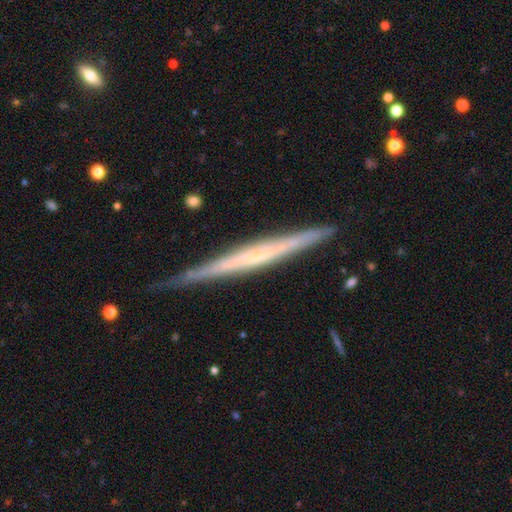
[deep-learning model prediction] Q: Smooth or featured?
A: featured or disk (71%); runner-up: smooth (24%)
Q: Edge-on disk?
A: yes (97%); runner-up: no (3%)
Q: Edge-on bulge?
A: none (69%); runner-up: rounded (24%)
Q: Merging?
A: none (84%); runner-up: minor disturbance (13%)